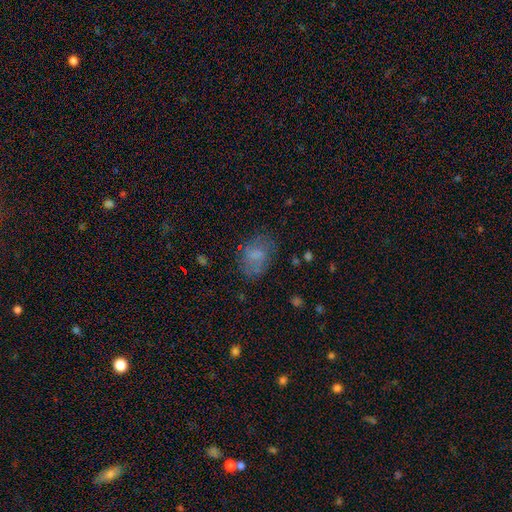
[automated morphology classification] A smooth galaxy with no disk features (64%) that is in between round and cigar-shaped (76%). Merging: none (66%).